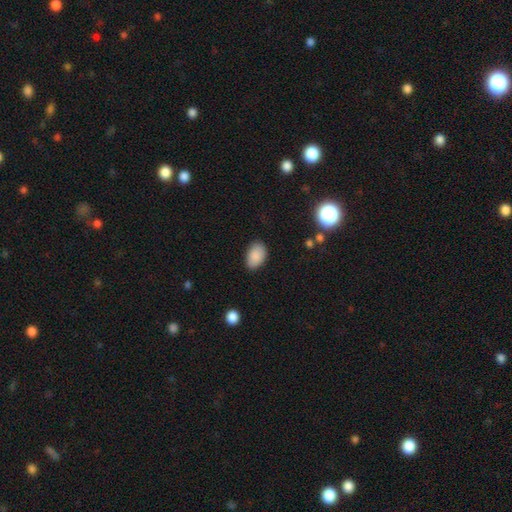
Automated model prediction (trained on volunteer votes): The model was most divided on "merging": none: 83%, minor disturbance: 13%, major disturbance: 3%, merger: 1%. More confident: how rounded — in between (91%); smooth or featured — smooth (88%).